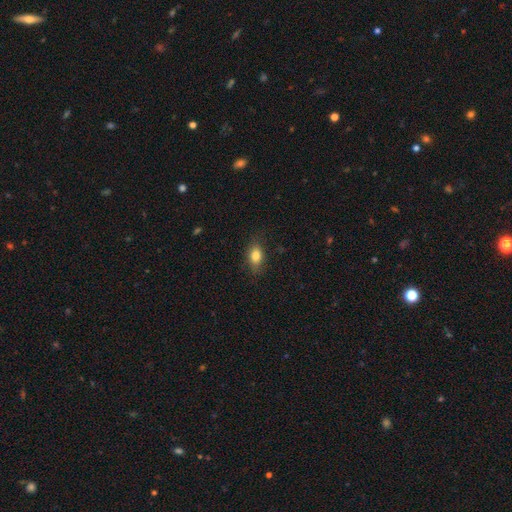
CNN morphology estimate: Smooth or featured? smooth (82%)
How rounded? in between (81%)
Merging? none (80%)